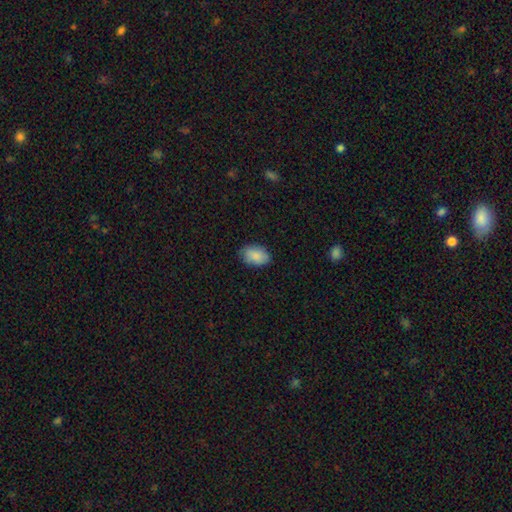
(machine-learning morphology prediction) Smooth or featured: smooth — 86% (featured or disk — 8%)
How rounded: in between — 89% (round — 9%)
Merging: none — 79% (minor disturbance — 17%)